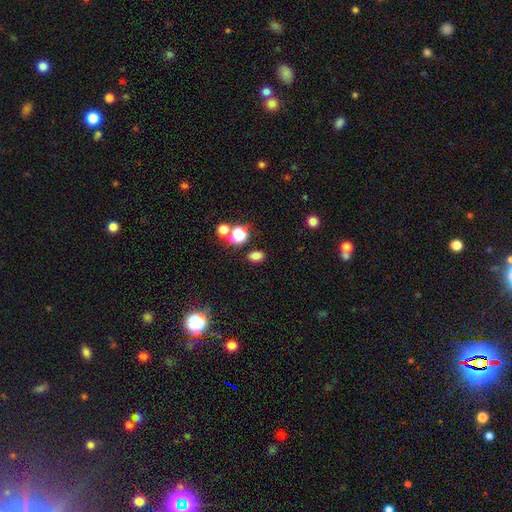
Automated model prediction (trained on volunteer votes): Morphology: type=smooth (76%); roundness=in between (75%); merging=none (83%).